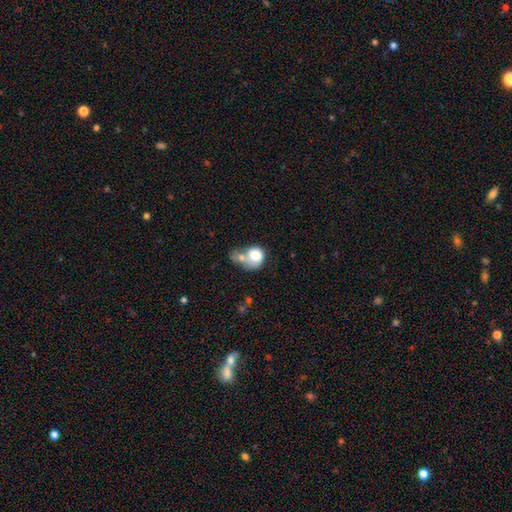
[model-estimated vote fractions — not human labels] Smooth or featured? Predicted: smooth (p=0.74). How rounded? Predicted: round (p=0.65). Merging? Predicted: merger (p=0.57).